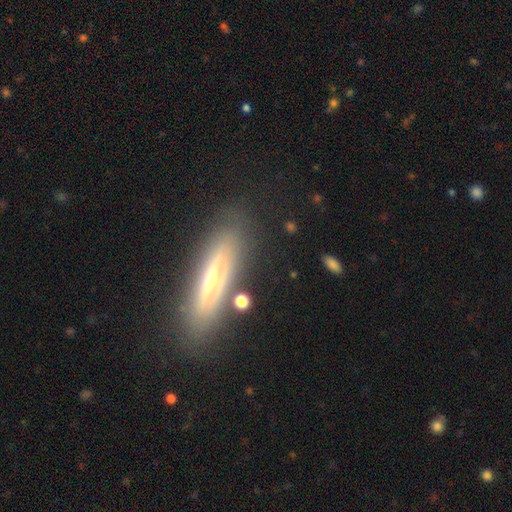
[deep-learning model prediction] This is possibly a smooth galaxy (47%). Merging: clearly none (84%).